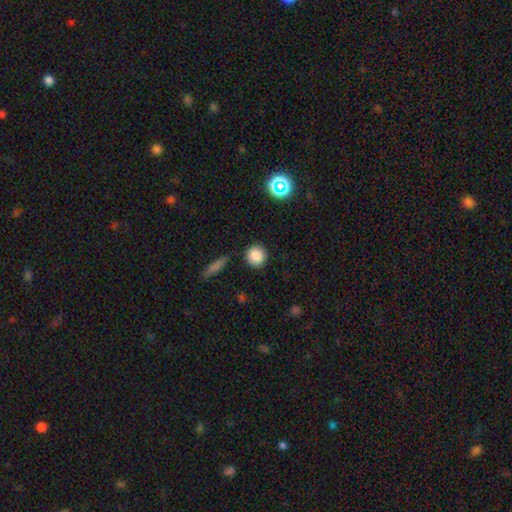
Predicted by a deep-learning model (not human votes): smooth_or_featured: smooth (p=0.85) [alt: star or artifact p=0.10]
how_rounded: round (p=0.93) [alt: in between p=0.06]
merging: none (p=0.88) [alt: minor disturbance p=0.07]